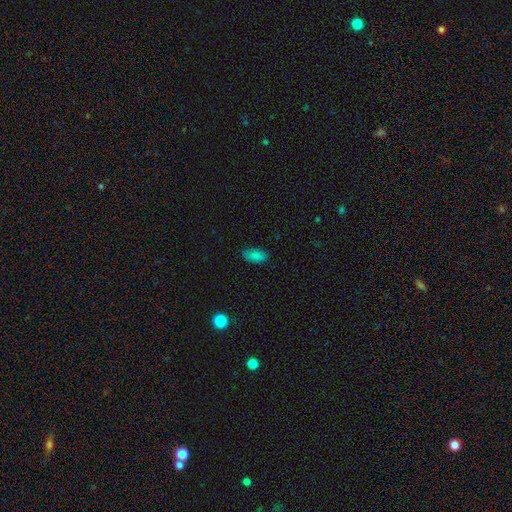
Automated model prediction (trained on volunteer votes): smooth-or-featured: smooth: 85% | star or artifact: 11% | featured or disk: 5%
  how-rounded: in between: 91% | cigar-shaped: 6% | round: 3%
  merging: none: 82% | minor disturbance: 14% | major disturbance: 3% | merger: 1%